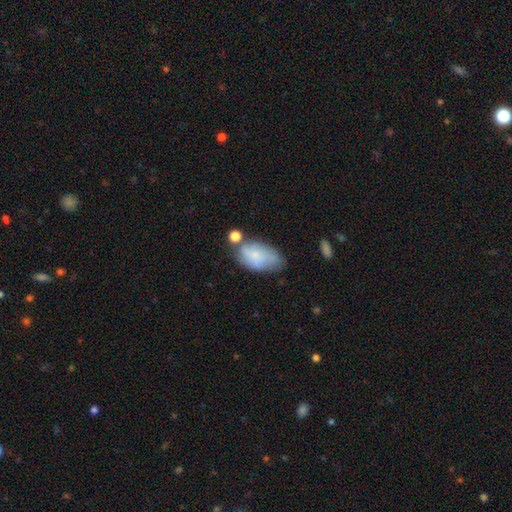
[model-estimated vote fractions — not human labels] The model was most divided on "merging": none: 44%, minor disturbance: 29%, merger: 16%, major disturbance: 11%. More confident: how rounded — in between (92%); smooth or featured — smooth (68%).